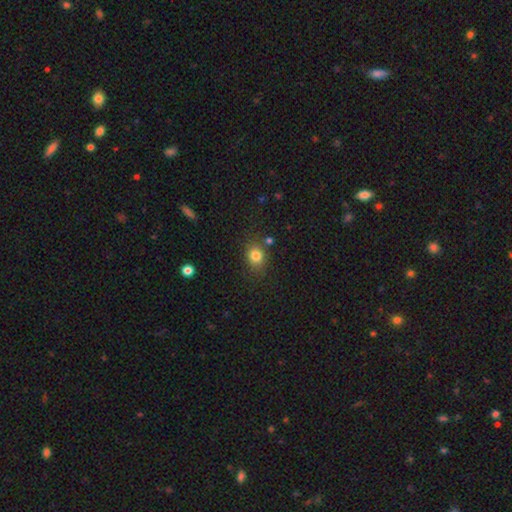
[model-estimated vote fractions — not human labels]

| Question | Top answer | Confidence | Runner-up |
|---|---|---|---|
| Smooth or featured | smooth | 80% | star or artifact (12%) |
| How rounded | round | 58% | in between (41%) |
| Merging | none | 76% | minor disturbance (14%) |